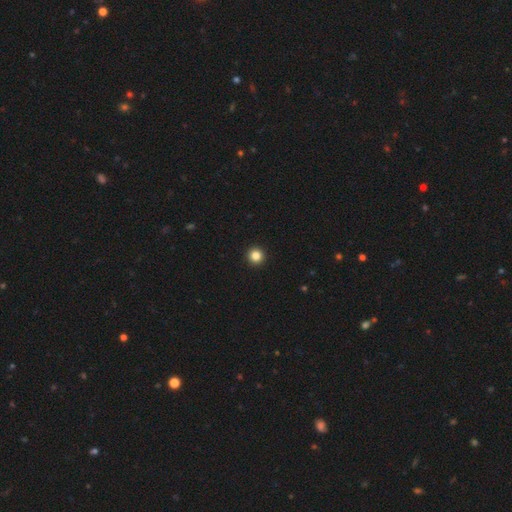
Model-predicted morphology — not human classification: The model was most divided on "smooth or featured": smooth: 84%, star or artifact: 11%, featured or disk: 4%. More confident: how rounded — round (96%); merging — none (95%).